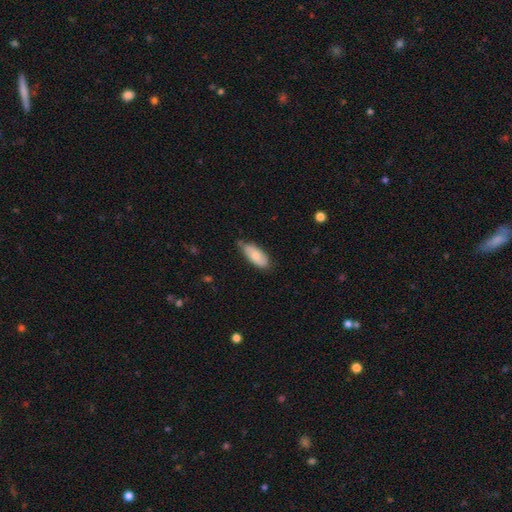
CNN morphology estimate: A smooth galaxy with no disk features (74%) that is in between round and cigar-shaped (87%).

Vote fractions:
- Smooth or featured? smooth: 74% / featured or disk: 20% / star or artifact: 6%
- How rounded? in between: 87% / cigar-shaped: 11% / round: 2%
- Merging? none: 56% / minor disturbance: 36% / major disturbance: 5% / merger: 2%